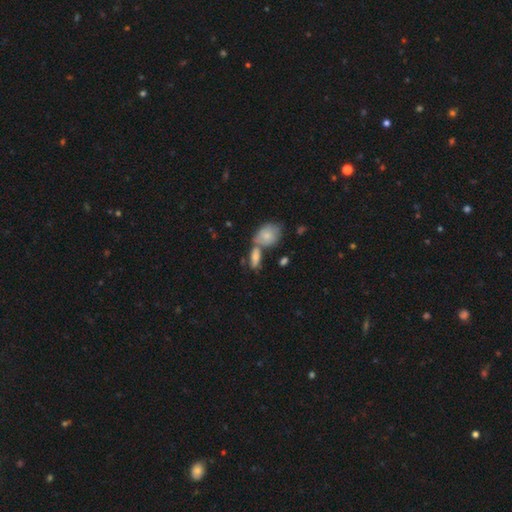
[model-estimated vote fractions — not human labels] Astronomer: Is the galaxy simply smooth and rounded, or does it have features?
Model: smooth — 60%.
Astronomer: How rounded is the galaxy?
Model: in between — 73%.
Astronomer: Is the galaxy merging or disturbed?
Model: merger — 45% (runner-up: none, 39%).